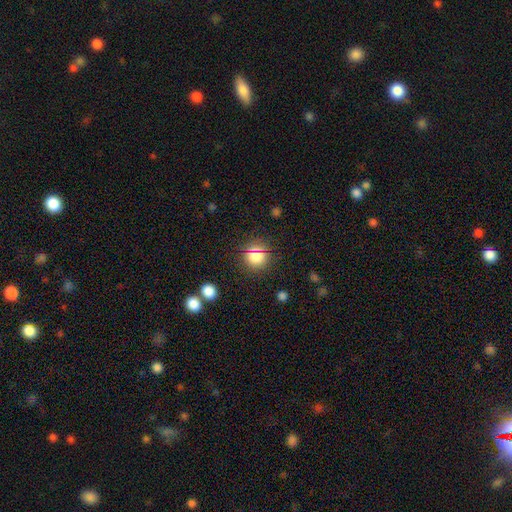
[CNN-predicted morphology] This appears to be a smooth galaxy with no disk features (74%) that is round (91%). Merging: none (85%).